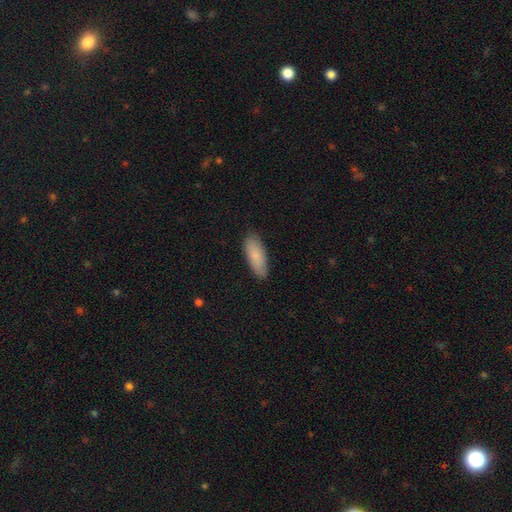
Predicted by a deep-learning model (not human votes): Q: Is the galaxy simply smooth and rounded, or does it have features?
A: smooth — 83%.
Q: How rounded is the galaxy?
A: in between — 74%.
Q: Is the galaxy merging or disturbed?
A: none — 85%.